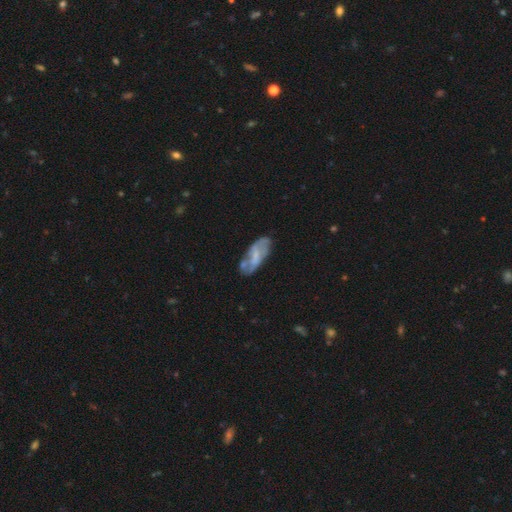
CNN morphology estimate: Smooth or featured?
  - featured or disk: 56% *
  - smooth: 37%
  - star or artifact: 7%
Edge-on disk?
  - no: 88% *
  - yes: 12%
Merging?
  - none: 55% *
  - minor disturbance: 25%
  - major disturbance: 10%
  - merger: 10%